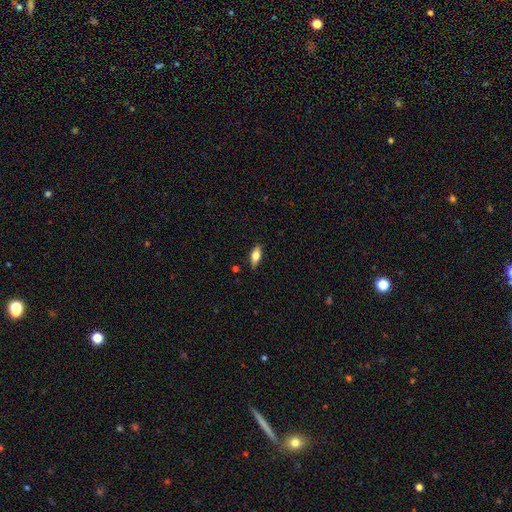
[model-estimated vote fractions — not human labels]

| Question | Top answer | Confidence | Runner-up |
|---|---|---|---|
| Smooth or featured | smooth | 68% | featured or disk (25%) |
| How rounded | in between | 79% | cigar-shaped (18%) |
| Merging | none | 85% | minor disturbance (11%) |